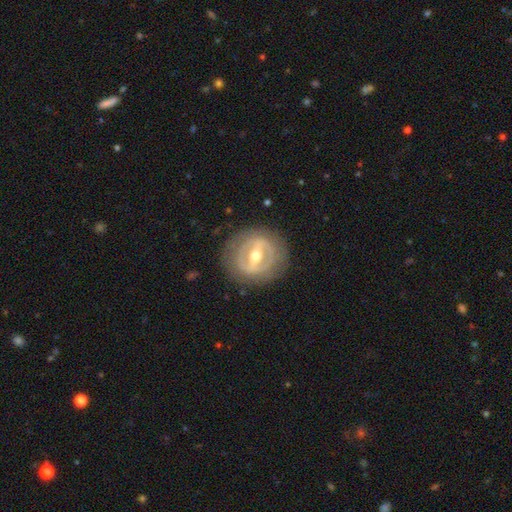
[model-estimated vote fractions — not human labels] Smooth or featured? featured or disk (78%)
Edge-on disk? no (92%)
Bar? strong (68%)
Spiral arms? no (71%)
Bulge size? moderate (71%)
Merging? none (84%)